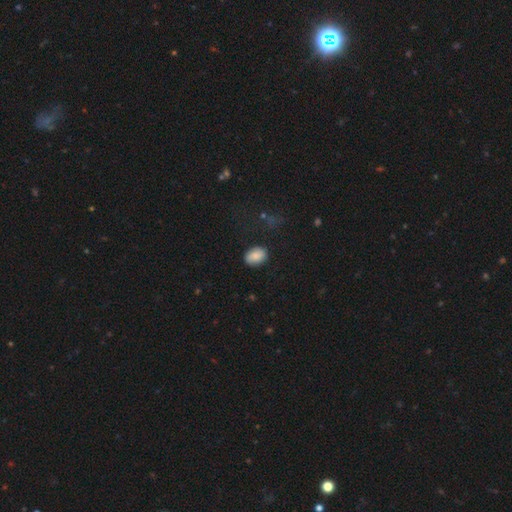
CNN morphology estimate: Overall: smooth (85%). How rounded: in between (78%). Merging: none (83%).